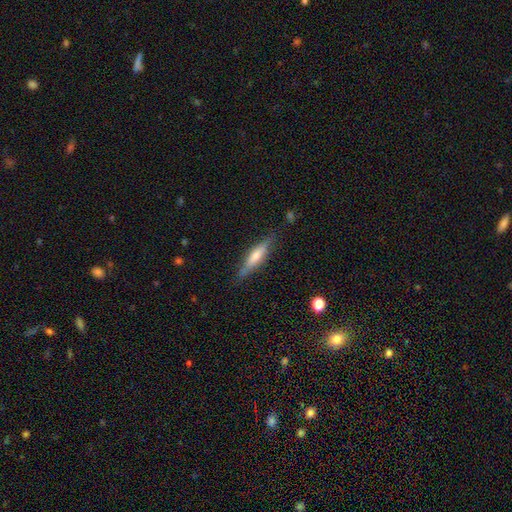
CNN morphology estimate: Smooth or featured: featured or disk — 51% (smooth — 42%)
Edge-on disk: yes — 92% (no — 8%)
Merging: none — 83% (minor disturbance — 12%)